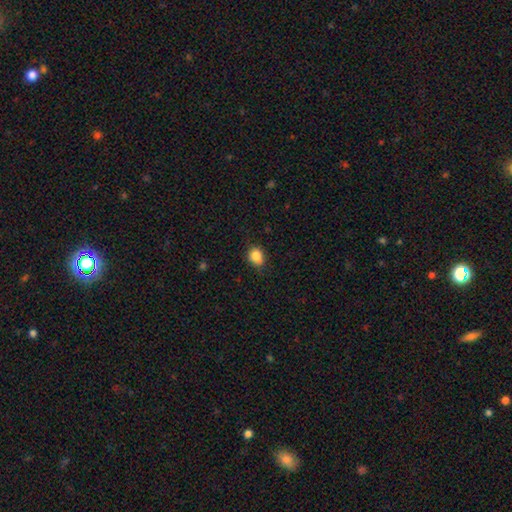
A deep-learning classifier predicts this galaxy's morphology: Smooth or featured: smooth — 85% (star or artifact — 10%)
How rounded: round — 67% (in between — 32%)
Merging: none — 71% (minor disturbance — 23%)